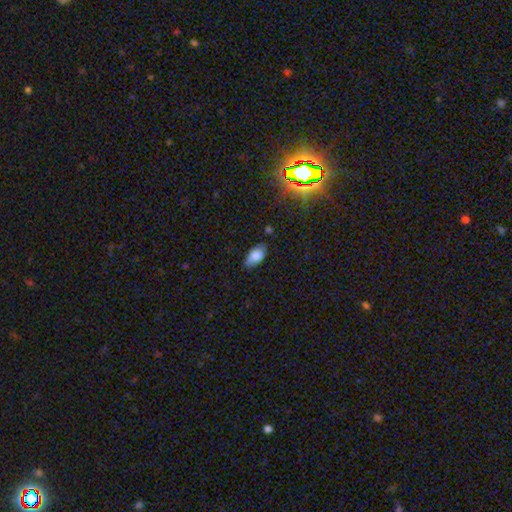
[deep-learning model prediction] Smooth or featured? Predicted: smooth (p=0.82). How rounded? Predicted: in between (p=0.92). Merging? Predicted: none (p=0.72).